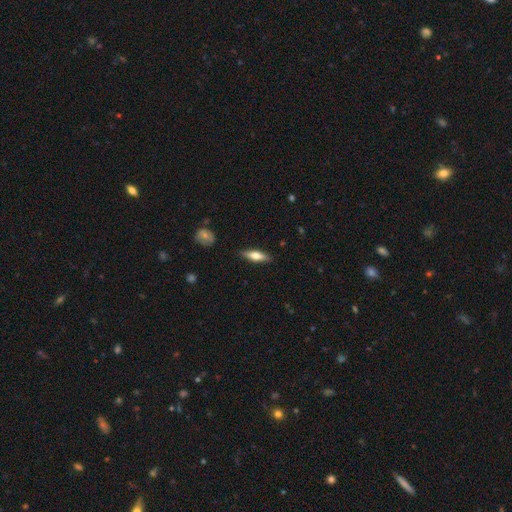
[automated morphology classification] type=smooth (58%); roundness=cigar-shaped (57%); merging=none (88%).